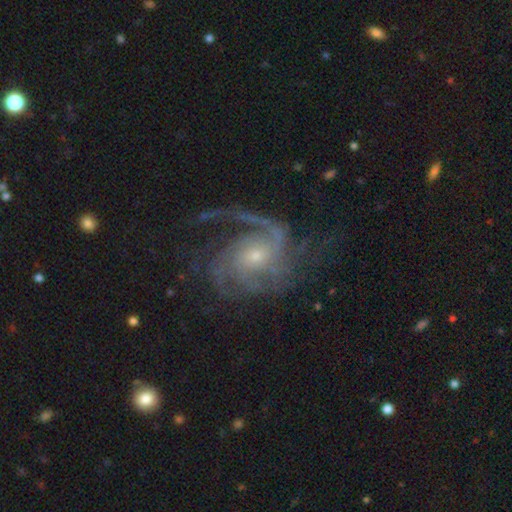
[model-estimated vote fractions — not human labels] Morphology: type=featured or disk (90%); edge-on=no (98%); bar=no (65%); spiral arms=yes (98%); winding=medium (48%); arm count=3 (30%); bulge=small (66%); merging=none (63%).